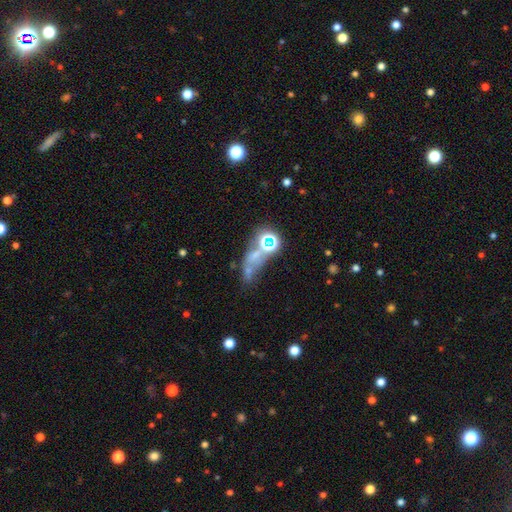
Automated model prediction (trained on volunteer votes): The model was most divided on "merging": merger: 32%, none: 30%, major disturbance: 22%, minor disturbance: 16%. Remaining: smooth or featured — smooth (39%).